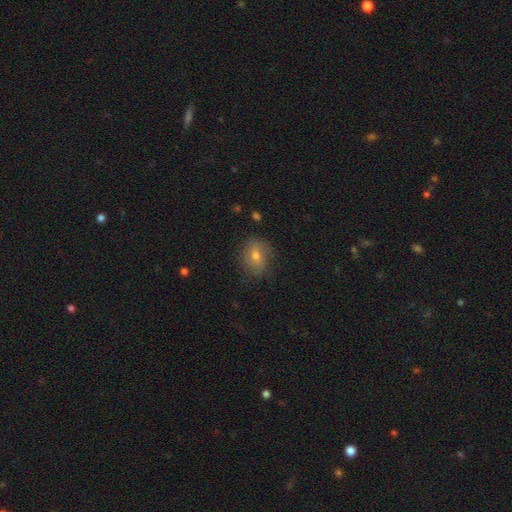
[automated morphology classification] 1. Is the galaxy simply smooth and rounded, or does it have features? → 64% smooth, 26% featured or disk, 11% star or artifact.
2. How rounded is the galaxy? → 54% round, 44% in between, 2% cigar-shaped.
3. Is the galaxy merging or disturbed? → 74% none, 19% minor disturbance, 6% major disturbance, 1% merger.